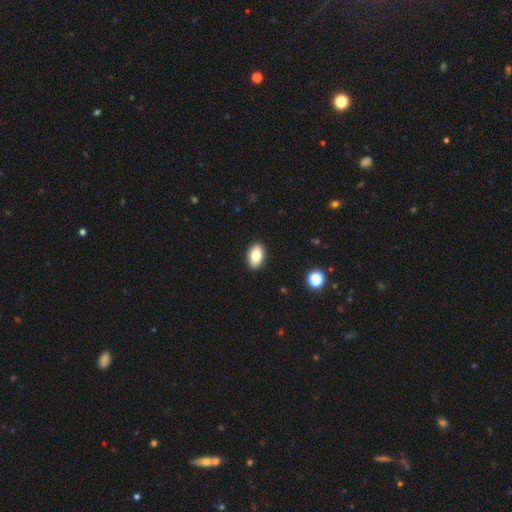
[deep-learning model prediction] Overall: smooth (82%). How rounded: in between (91%). Merging: none (91%).